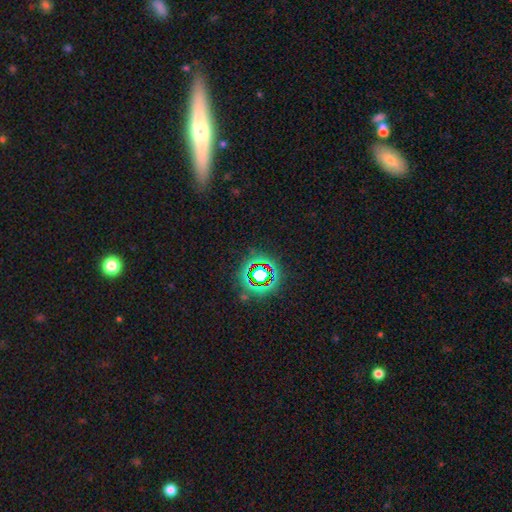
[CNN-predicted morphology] Q: Smooth or featured?
A: star or artifact (41%); runner-up: featured or disk (33%)